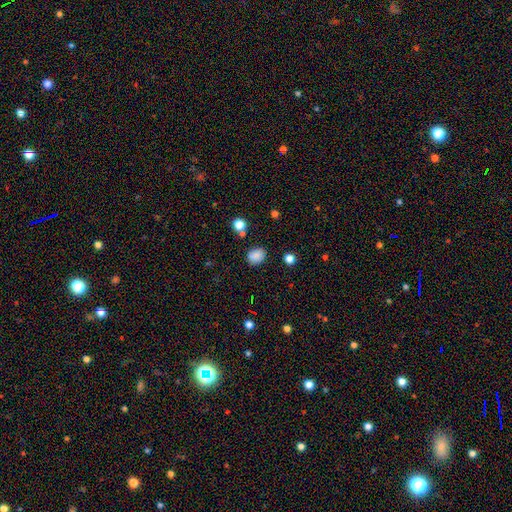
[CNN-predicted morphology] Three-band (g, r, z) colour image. It shows a smooth galaxy with no disk features (83%) that is in between round and cigar-shaped (52%). Merging: none (81%).